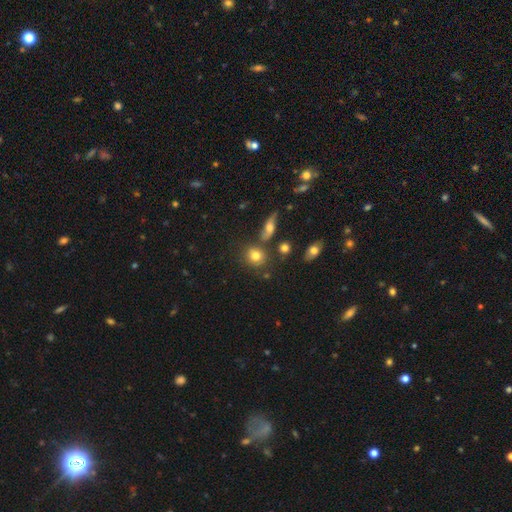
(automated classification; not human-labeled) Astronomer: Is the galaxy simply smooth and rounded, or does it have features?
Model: smooth — 76%.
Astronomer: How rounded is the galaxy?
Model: round — 75%.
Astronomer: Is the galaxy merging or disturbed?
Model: none — 68%.